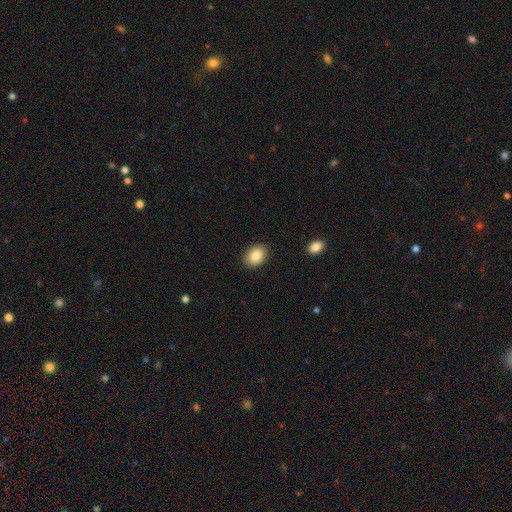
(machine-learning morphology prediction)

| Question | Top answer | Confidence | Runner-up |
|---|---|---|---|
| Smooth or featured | smooth | 86% | star or artifact (7%) |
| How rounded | in between | 72% | round (27%) |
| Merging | none | 89% | minor disturbance (8%) |